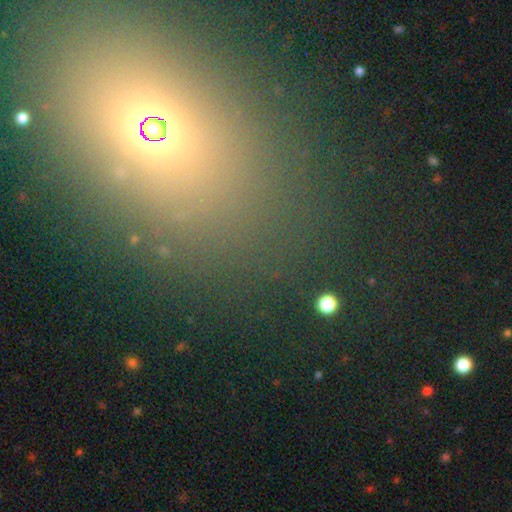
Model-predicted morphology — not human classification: Smooth or featured: star or artifact — 44% (smooth — 42%)